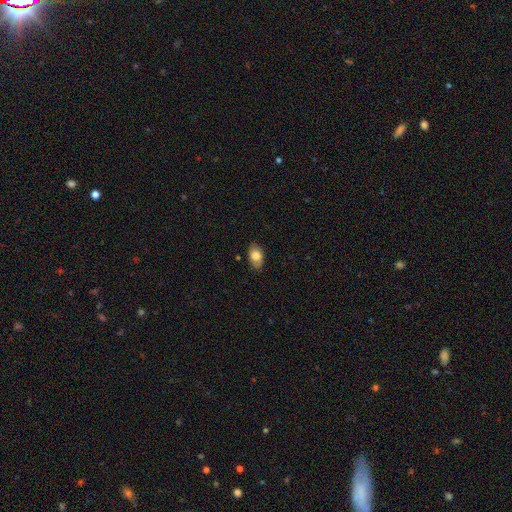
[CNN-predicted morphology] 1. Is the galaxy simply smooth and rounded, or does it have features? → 79% smooth, 13% featured or disk, 7% star or artifact.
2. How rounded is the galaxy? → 87% in between, 11% round, 1% cigar-shaped.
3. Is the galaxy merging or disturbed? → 80% none, 16% minor disturbance, 3% major disturbance, 1% merger.